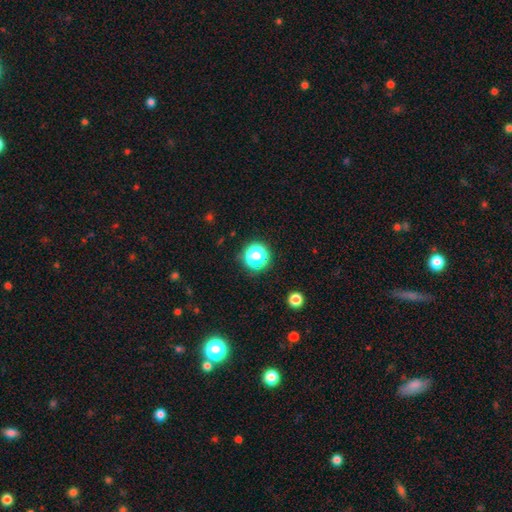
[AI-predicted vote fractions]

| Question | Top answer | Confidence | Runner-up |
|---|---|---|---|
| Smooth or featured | smooth | 55% | star or artifact (37%) |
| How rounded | round | 89% | in between (10%) |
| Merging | none | 80% | minor disturbance (11%) |